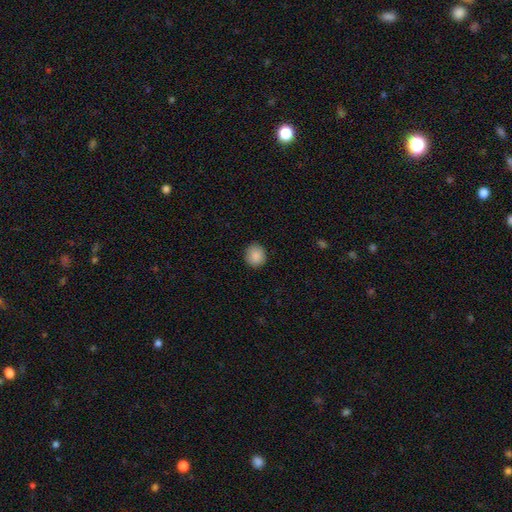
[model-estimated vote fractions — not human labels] Smooth or featured? smooth (89%)
How rounded? round (86%)
Merging? none (89%)